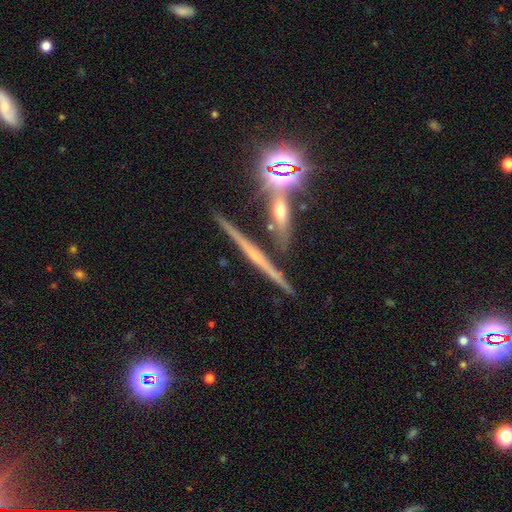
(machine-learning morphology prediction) Overall: featured or disk (58%; star or artifact 23%). Edge-on disk: yes (94%). Edge-on bulge: none (53%; rounded 35%). Merging: none (80%).